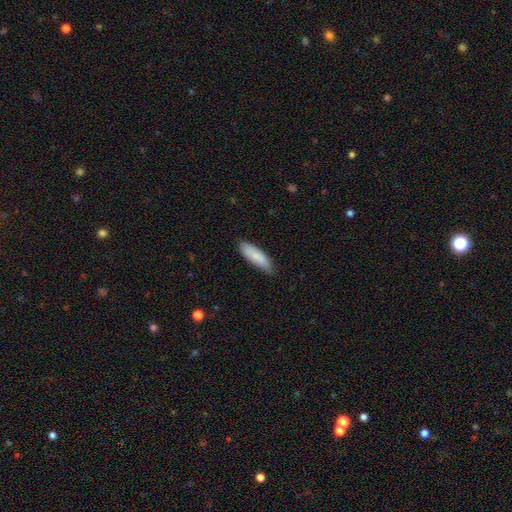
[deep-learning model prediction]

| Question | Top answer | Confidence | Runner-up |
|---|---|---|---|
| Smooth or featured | smooth | 85% | featured or disk (9%) |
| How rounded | cigar-shaped | 52% | in between (47%) |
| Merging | none | 81% | minor disturbance (15%) |